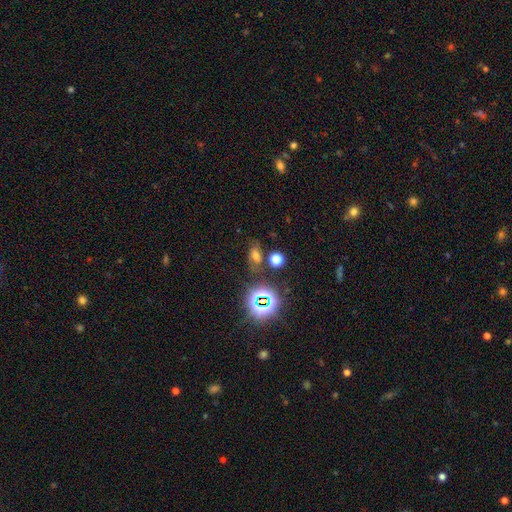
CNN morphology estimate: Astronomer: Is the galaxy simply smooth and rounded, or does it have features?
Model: smooth — 45% (runner-up: star or artifact, 36%).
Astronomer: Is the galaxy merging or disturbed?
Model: none — 64%.